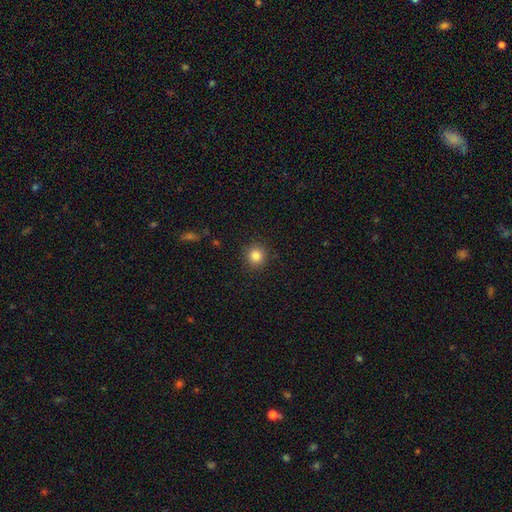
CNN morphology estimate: Overall: smooth (84%). How rounded: round (92%). Merging: none (90%).